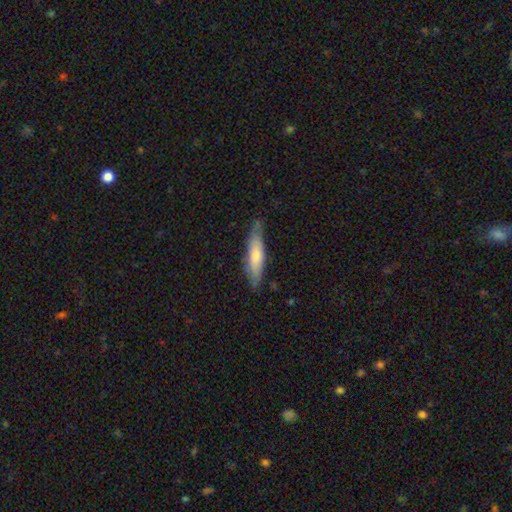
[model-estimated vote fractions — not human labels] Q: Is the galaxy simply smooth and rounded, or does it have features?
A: smooth — 62%.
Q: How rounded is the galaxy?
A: cigar-shaped — 74%.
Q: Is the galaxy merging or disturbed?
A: none — 74%.